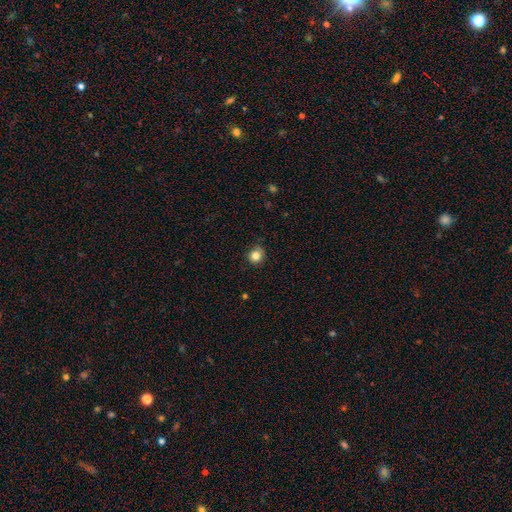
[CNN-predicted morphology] Overall: smooth (83%). How rounded: round (88%). Merging: none (83%).